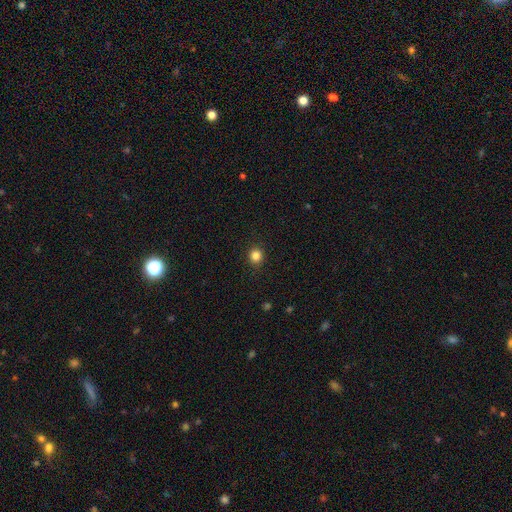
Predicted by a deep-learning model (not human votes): A smooth galaxy with no disk features (84%) that is round (87%). Merging: none (91%).